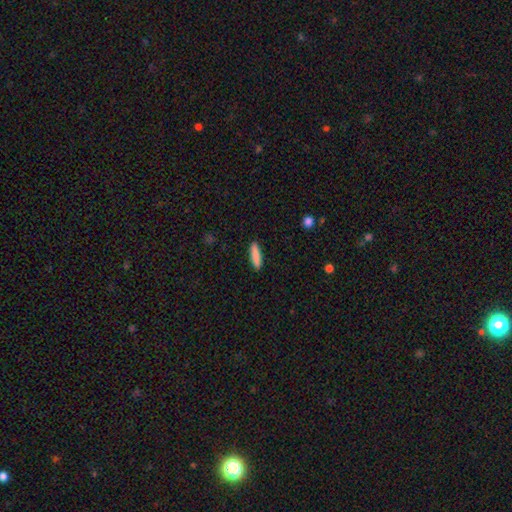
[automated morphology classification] Overall: smooth (87%). How rounded: cigar-shaped (80%). Merging: none (90%).